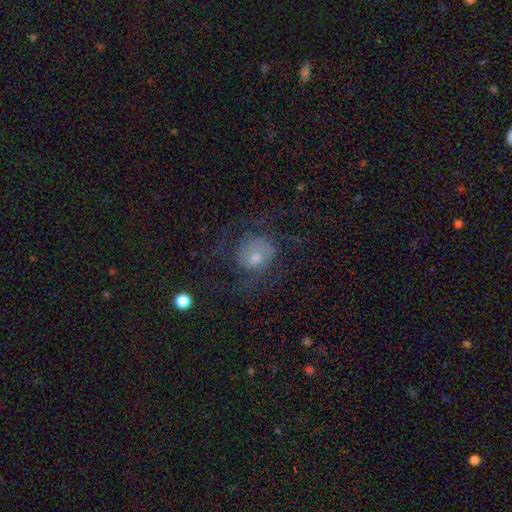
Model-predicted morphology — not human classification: smooth_or_featured: featured or disk (p=0.51) [alt: smooth p=0.38]
disk_edge_on: no (p=0.97) [alt: yes p=0.03]
merging: none (p=0.49) [alt: major disturbance p=0.31]